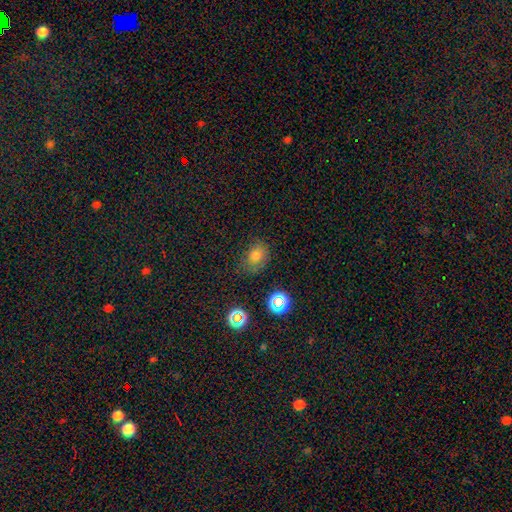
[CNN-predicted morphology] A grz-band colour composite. It shows a smooth galaxy with no disk features (73%) that is in between round and cigar-shaped (53%). Merging: none (64%).